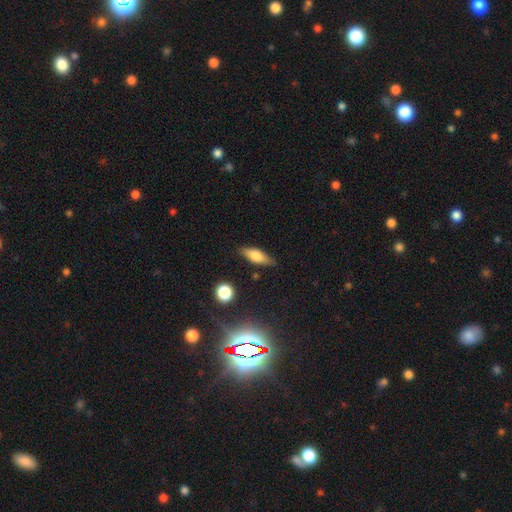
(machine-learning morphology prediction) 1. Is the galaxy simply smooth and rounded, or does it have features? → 63% smooth, 28% featured or disk, 8% star or artifact.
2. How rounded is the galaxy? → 60% in between, 36% cigar-shaped, 4% round.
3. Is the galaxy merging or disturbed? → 81% none, 14% minor disturbance, 3% major disturbance, 2% merger.